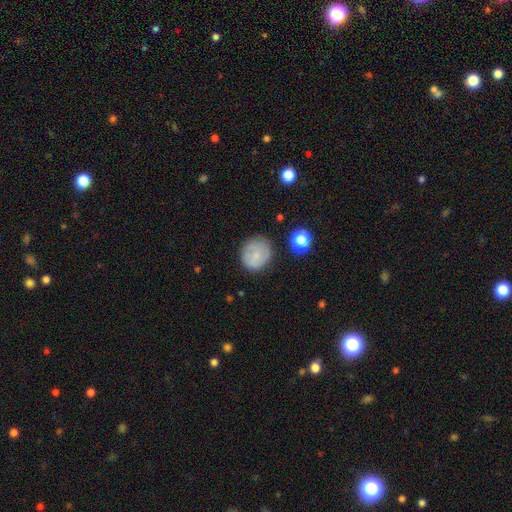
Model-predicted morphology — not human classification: smooth-or-featured: smooth: 70% | featured or disk: 21% | star or artifact: 10%
  how-rounded: round: 82% | in between: 17% | cigar-shaped: 1%
  merging: none: 76% | minor disturbance: 17% | major disturbance: 5% | merger: 2%